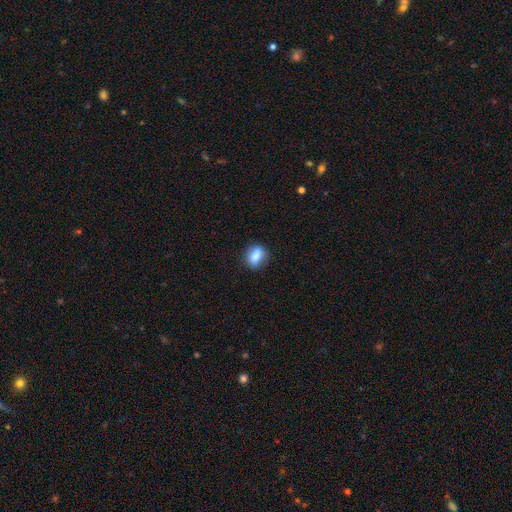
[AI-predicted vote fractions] smooth-or-featured: smooth: 80% | featured or disk: 11% | star or artifact: 8%
  how-rounded: in between: 67% | round: 26% | cigar-shaped: 7%
  merging: none: 81% | minor disturbance: 14% | major disturbance: 3% | merger: 2%